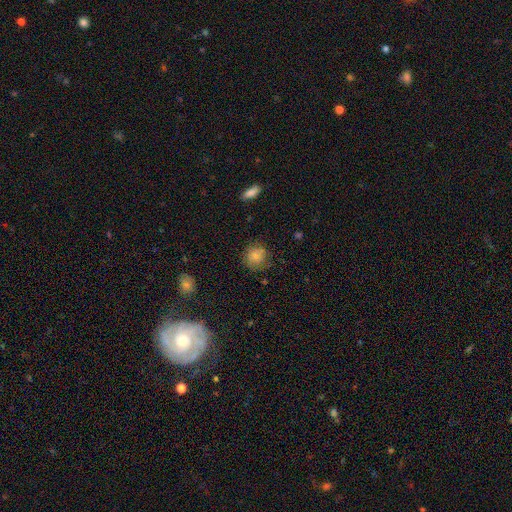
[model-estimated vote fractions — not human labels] smooth 80%, star or artifact 10%, featured or disk 10%. Down the decision tree: how rounded — round (84%); merging — none (71%).